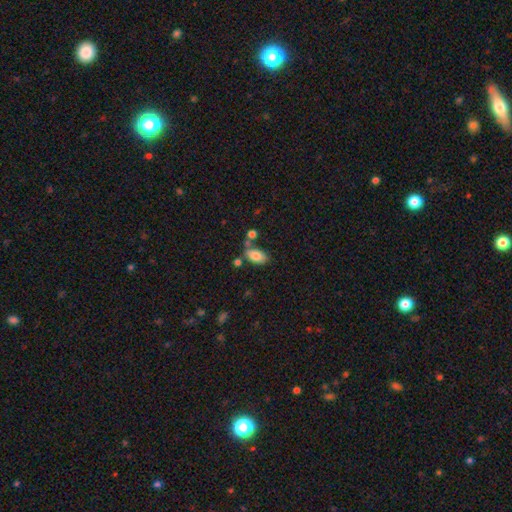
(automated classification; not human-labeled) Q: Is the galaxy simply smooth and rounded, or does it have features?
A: smooth — 81%.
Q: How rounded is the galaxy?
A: in between — 93%.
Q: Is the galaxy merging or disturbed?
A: none — 60%.